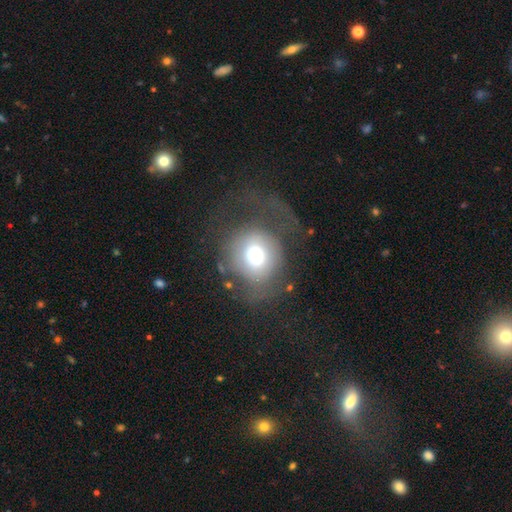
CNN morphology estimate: Smooth or featured? smooth (63%)
How rounded? round (85%)
Merging? major disturbance (41%)